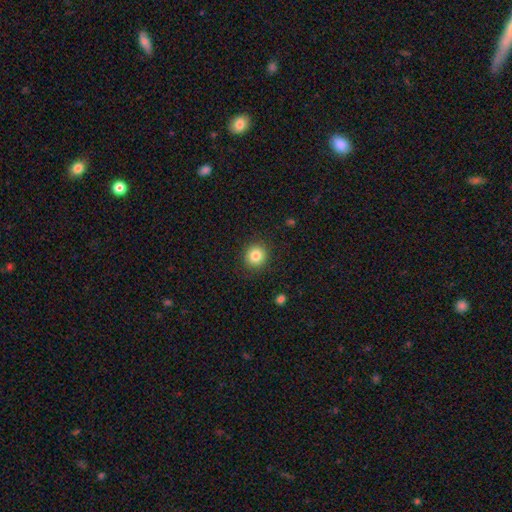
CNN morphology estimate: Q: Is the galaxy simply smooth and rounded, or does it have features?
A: smooth — 84%.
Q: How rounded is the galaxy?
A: round — 90%.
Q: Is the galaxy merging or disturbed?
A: none — 90%.